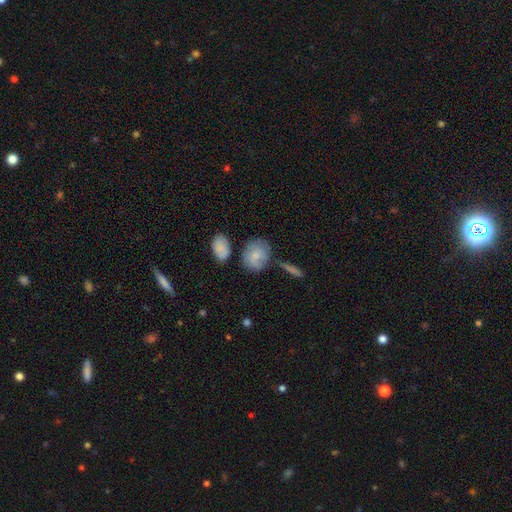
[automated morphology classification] This is likely a smooth galaxy (69%). How rounded: possibly round (55%). Merging: possibly none (60%).